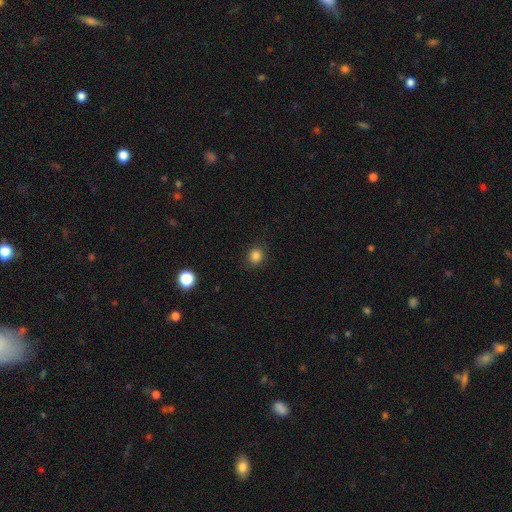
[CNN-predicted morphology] type=smooth (84%); roundness=round (86%); merging=none (89%).